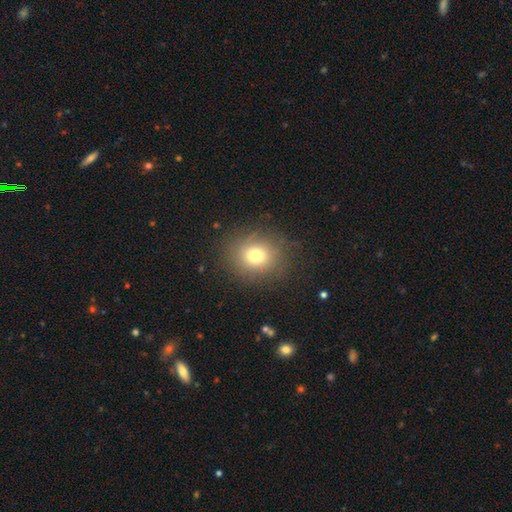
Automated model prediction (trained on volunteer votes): A smooth galaxy with no disk features (72%) that is round (79%). Merging: none (83%).